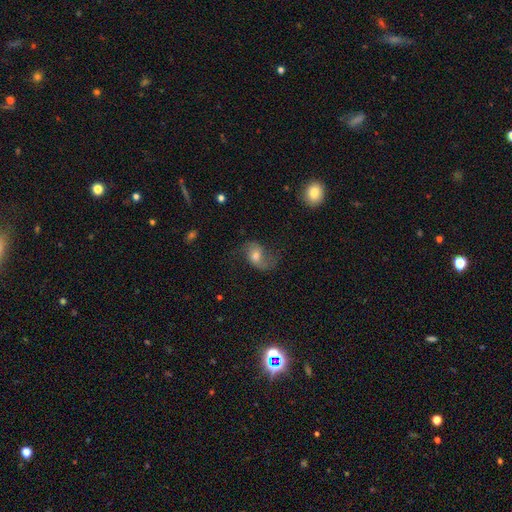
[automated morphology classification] Q: Smooth or featured?
A: featured or disk (66%); runner-up: smooth (25%)
Q: Edge-on disk?
A: no (96%); runner-up: yes (4%)
Q: Bar?
A: no (52%); runner-up: weak (36%)
Q: Spiral arms?
A: yes (90%); runner-up: no (10%)
Q: Spiral winding?
A: loose (75%); runner-up: medium (20%)
Q: Spiral arm count?
A: 2 (89%); runner-up: 1 (5%)
Q: Bulge size?
A: moderate (61%); runner-up: small (27%)
Q: Merging?
A: none (61%); runner-up: minor disturbance (19%)